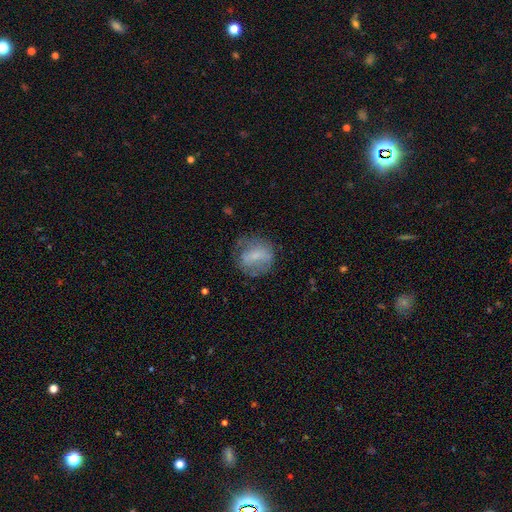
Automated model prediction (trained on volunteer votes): A smooth galaxy with no disk features (56%) that is round (74%). Merging: none (59%).